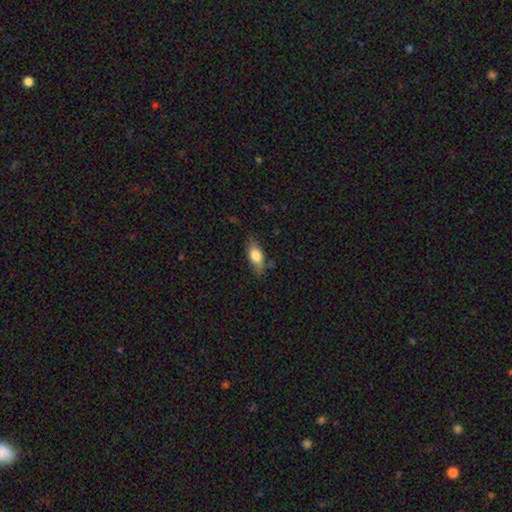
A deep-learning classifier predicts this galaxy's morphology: This appears to be a smooth galaxy with no disk features (73%) that is in between round and cigar-shaped (81%). Merging: none (66%).